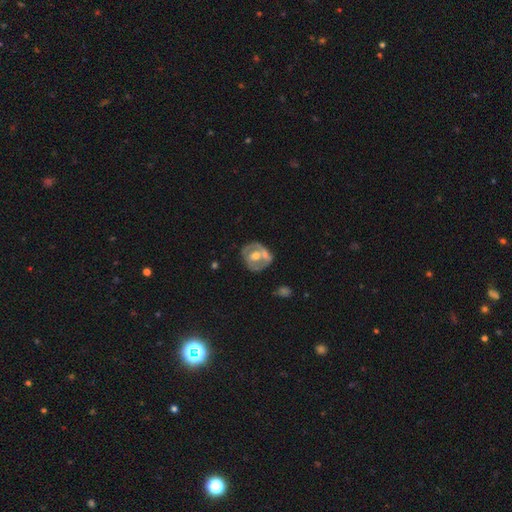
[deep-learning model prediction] Smooth or featured? featured or disk (64%)
Edge-on disk? no (96%)
Bar? no (60%)
Spiral arms? no (62%)
Bulge size? moderate (69%)
Merging? none (54%)